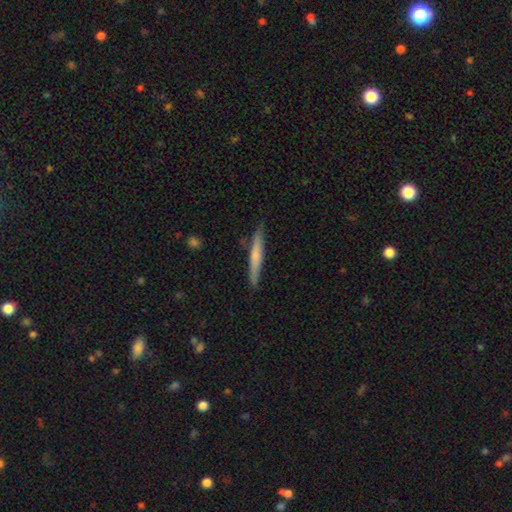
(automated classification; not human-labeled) The model was most divided on "smooth or featured": smooth: 57%, featured or disk: 37%, star or artifact: 5%. More confident: how rounded — cigar-shaped (95%); merging — none (86%).